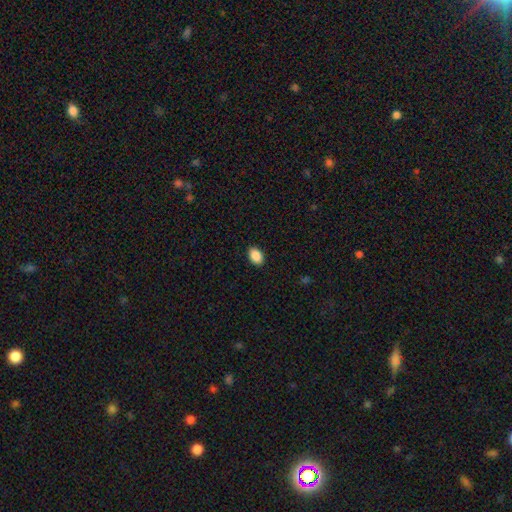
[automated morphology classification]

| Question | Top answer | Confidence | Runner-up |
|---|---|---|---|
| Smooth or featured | smooth | 89% | star or artifact (8%) |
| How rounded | in between | 84% | round (15%) |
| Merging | none | 90% | minor disturbance (7%) |